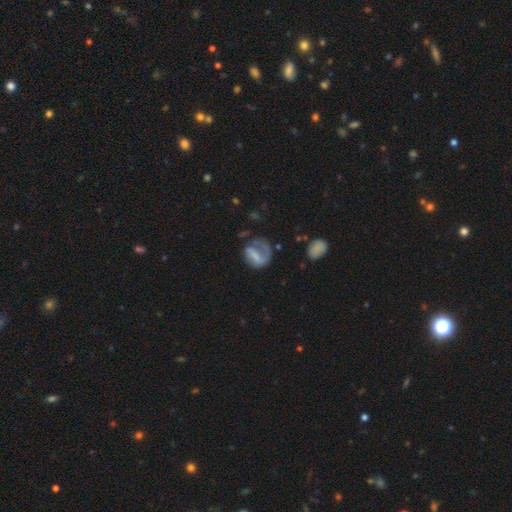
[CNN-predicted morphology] smooth_or_featured: featured or disk (p=0.56) [alt: smooth p=0.36]
disk_edge_on: no (p=0.97) [alt: yes p=0.03]
bar: weak (p=0.36) [alt: strong p=0.33]
has_spiral_arms: yes (p=0.71) [alt: no p=0.29]
bulge_size: none (p=0.53) [alt: small p=0.21]
merging: major disturbance (p=0.41) [alt: none p=0.36]